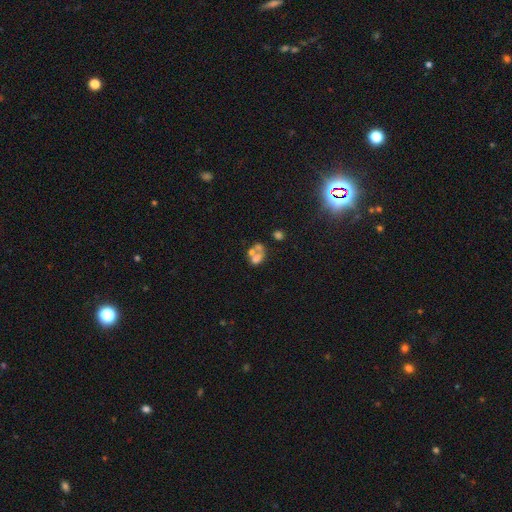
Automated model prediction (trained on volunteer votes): smooth 44%, featured or disk 40%, star or artifact 15%. Down the decision tree: merging — merger (53%).